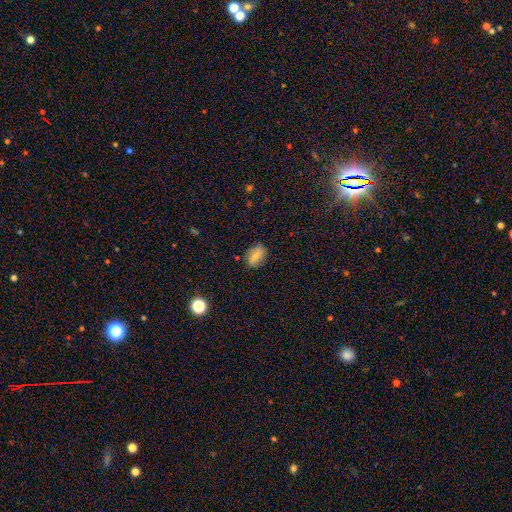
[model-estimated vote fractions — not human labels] Q: Smooth or featured?
A: smooth (74%); runner-up: featured or disk (16%)
Q: How rounded?
A: in between (83%); runner-up: round (14%)
Q: Merging?
A: none (80%); runner-up: minor disturbance (15%)